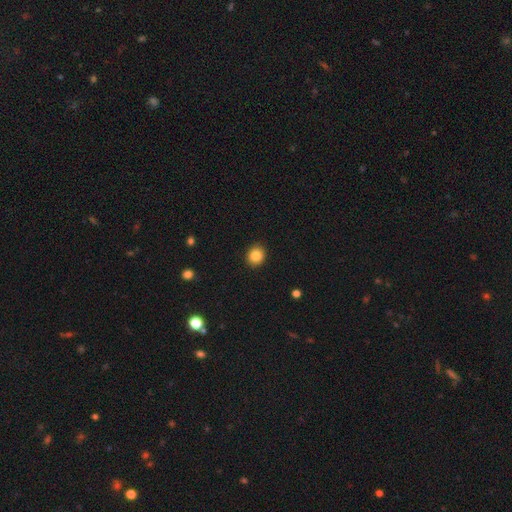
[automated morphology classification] Q: Smooth or featured?
A: smooth (85%); runner-up: star or artifact (10%)
Q: How rounded?
A: round (75%); runner-up: in between (24%)
Q: Merging?
A: none (91%); runner-up: minor disturbance (6%)